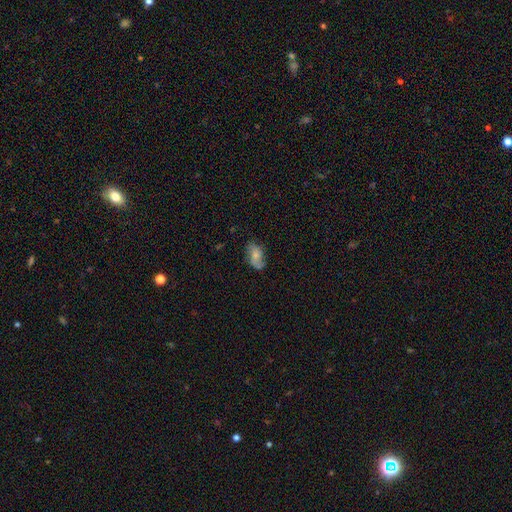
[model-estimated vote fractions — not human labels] This appears to be a smooth galaxy with no disk features (55%) that is in between round and cigar-shaped (89%). Merging: none (60%).